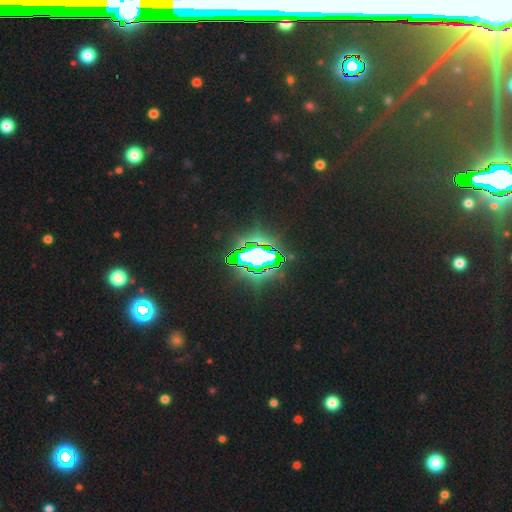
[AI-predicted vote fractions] smooth-or-featured: star or artifact: 74% | smooth: 14% | featured or disk: 12%